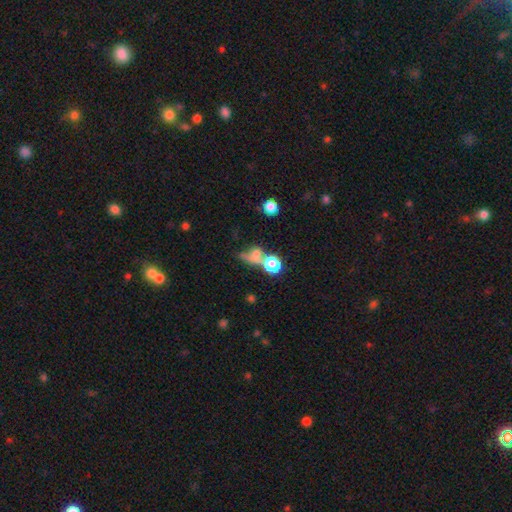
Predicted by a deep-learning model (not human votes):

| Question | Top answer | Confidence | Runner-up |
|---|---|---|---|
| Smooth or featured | smooth | 59% | star or artifact (21%) |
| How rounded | round | 62% | in between (29%) |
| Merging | merger | 42% | none (33%) |